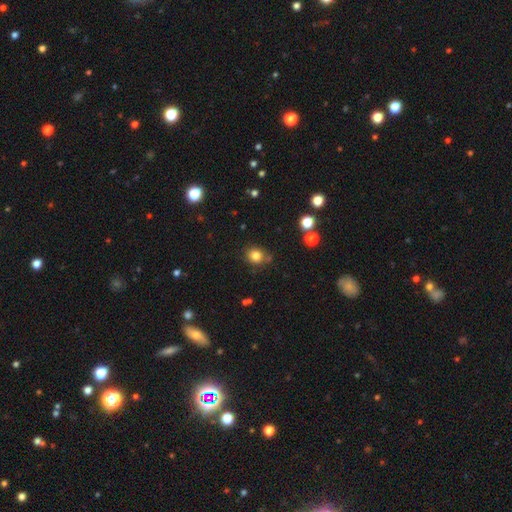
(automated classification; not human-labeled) A smooth galaxy with no disk features (81%) that is round (78%). Merging: none (78%).